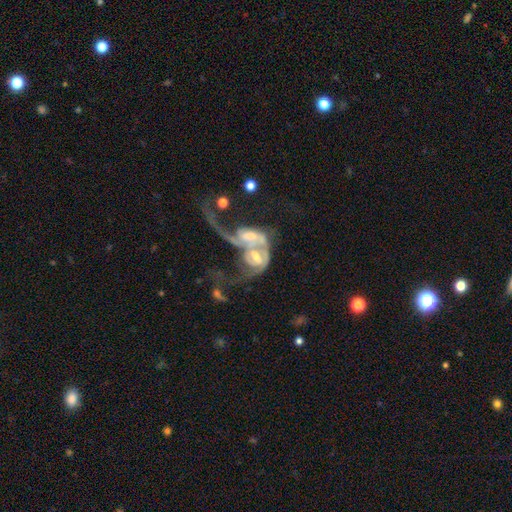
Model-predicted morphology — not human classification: Smooth or featured? Predicted: featured or disk (p=0.76). Edge-on disk? Predicted: no (p=0.95). Bar? Predicted: no (p=0.57). Spiral arms? Predicted: yes (p=0.79). Spiral winding? Predicted: loose (p=0.63). Spiral arm count? Predicted: 1 (p=0.40). Bulge size? Predicted: moderate (p=0.50). Merging? Predicted: merger (p=0.73).